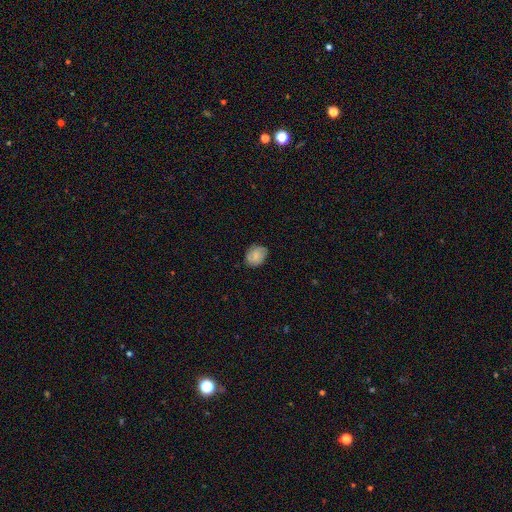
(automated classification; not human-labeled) A smooth galaxy with no disk features (58%) that is in between round and cigar-shaped (53%). Merging: none (77%).